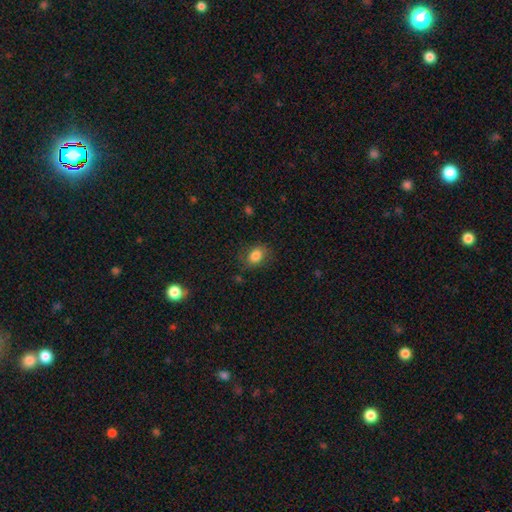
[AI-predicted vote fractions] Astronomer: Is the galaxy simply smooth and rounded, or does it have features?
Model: smooth — 83%.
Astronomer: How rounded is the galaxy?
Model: in between — 72%.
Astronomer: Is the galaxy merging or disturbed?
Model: none — 74%.